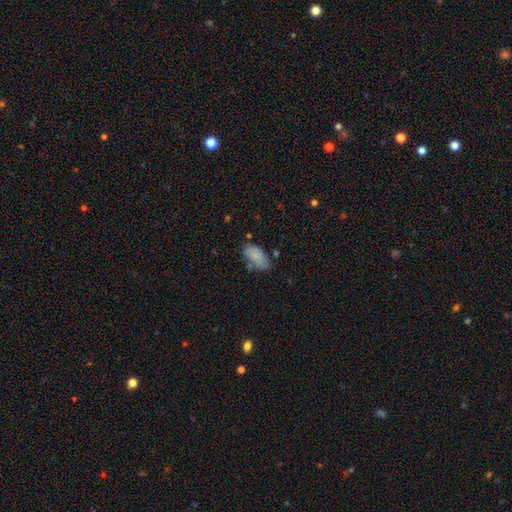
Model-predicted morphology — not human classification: This appears to be a smooth galaxy with no disk features (80%) that is in between round and cigar-shaped (93%). Merging: none (52%).